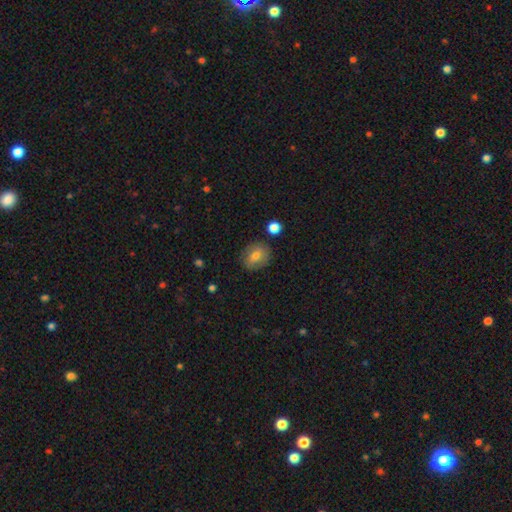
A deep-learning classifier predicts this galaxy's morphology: This appears to be a smooth galaxy with no disk features (73%) that is round (60%). Merging: none (83%).